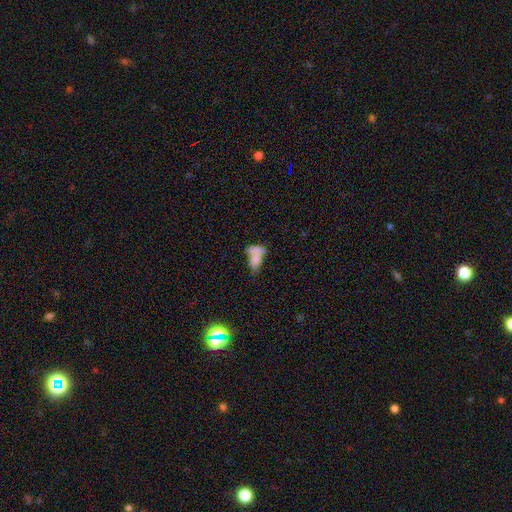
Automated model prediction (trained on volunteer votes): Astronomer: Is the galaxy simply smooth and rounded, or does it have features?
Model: smooth — 72%.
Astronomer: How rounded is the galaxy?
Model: in between — 84%.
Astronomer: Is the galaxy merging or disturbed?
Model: merger — 63%.